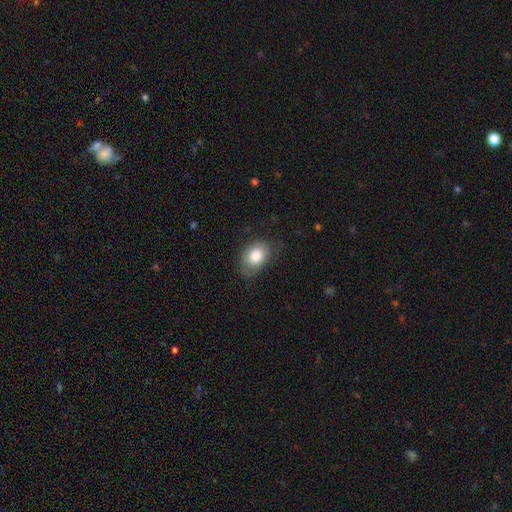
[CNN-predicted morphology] This appears to be a smooth galaxy with no disk features (81%) that is in between round and cigar-shaped (77%). Merging: none (67%).